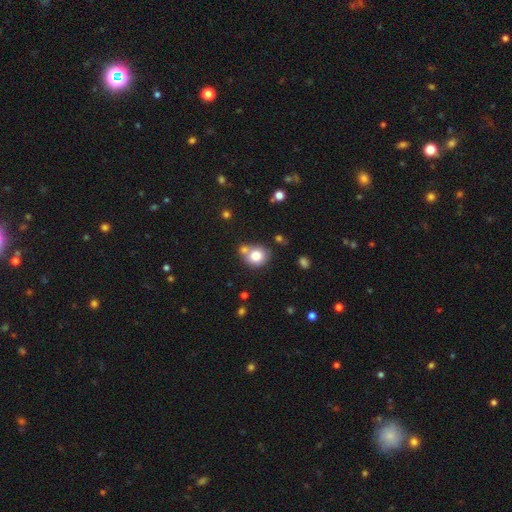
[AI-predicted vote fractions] The model was most divided on "merging": none: 55%, merger: 27%, minor disturbance: 14%, major disturbance: 5%. More confident: smooth or featured — smooth (81%); how rounded — round (74%).